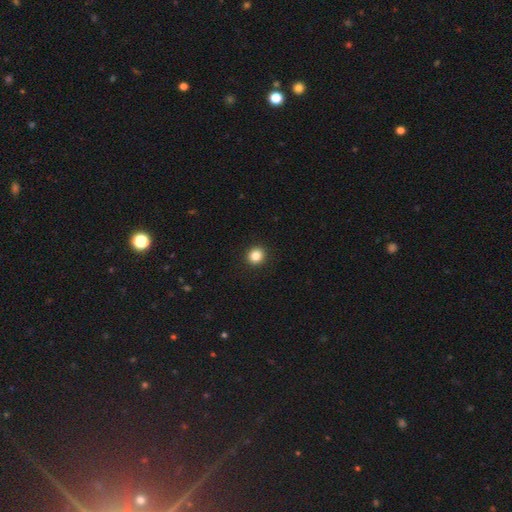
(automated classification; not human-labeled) Smooth or featured? Predicted: smooth (p=0.85). How rounded? Predicted: round (p=0.88). Merging? Predicted: none (p=0.93).